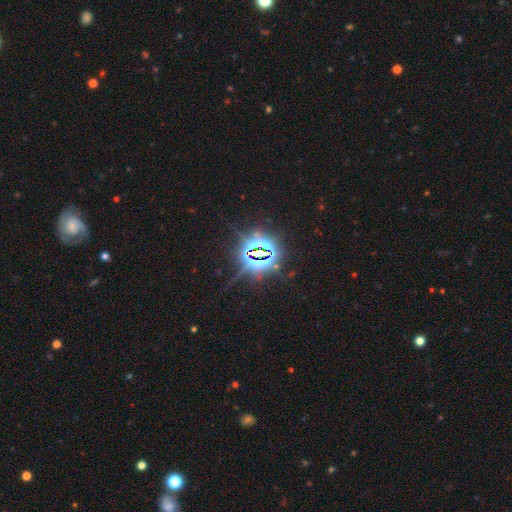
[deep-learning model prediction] The model was most divided on "smooth or featured": star or artifact: 84%, smooth: 8%, featured or disk: 7%.